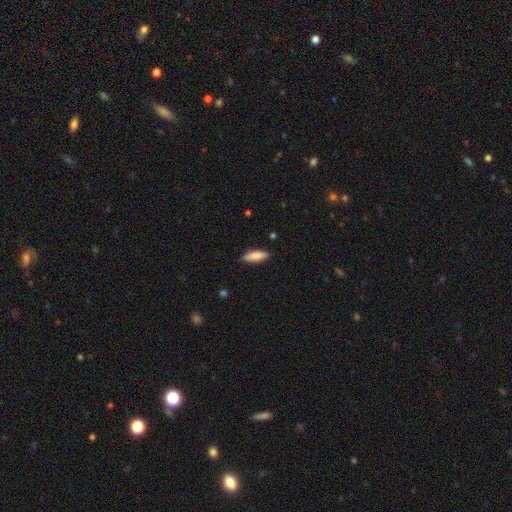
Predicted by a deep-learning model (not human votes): smooth 82%, featured or disk 12%, star or artifact 6%. Down the decision tree: how rounded — in between (55%); merging — none (88%).